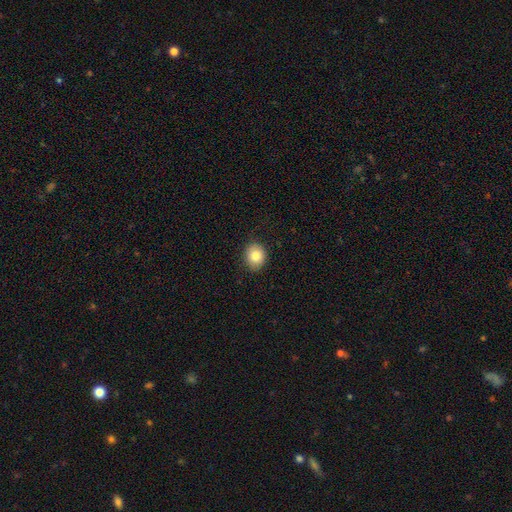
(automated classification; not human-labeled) This appears to be a smooth galaxy with no disk features (82%) that is round (63%). Merging: none (87%).